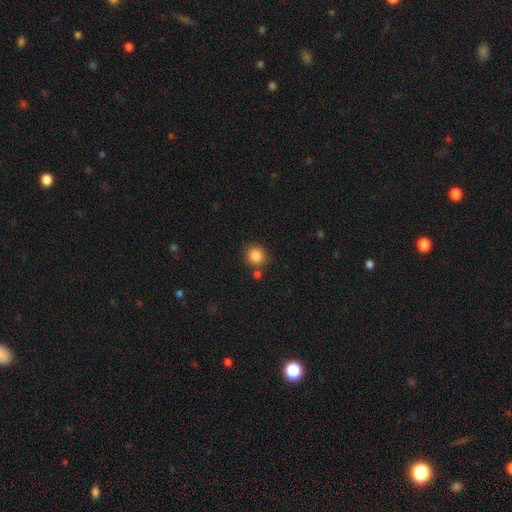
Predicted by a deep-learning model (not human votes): Q: Smooth or featured?
A: smooth (86%); runner-up: star or artifact (10%)
Q: How rounded?
A: round (84%); runner-up: in between (15%)
Q: Merging?
A: none (75%); runner-up: minor disturbance (11%)